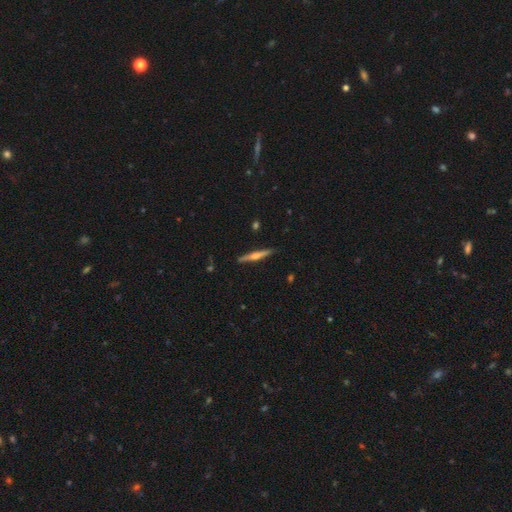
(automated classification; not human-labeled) smooth-or-featured: featured or disk: 63% | smooth: 32% | star or artifact: 6%
  disk-edge-on: yes: 98% | no: 2%
    edge-on-bulge: rounded: 77% | none: 13% | boxy: 10%
  merging: none: 90% | minor disturbance: 7% | major disturbance: 1% | merger: 1%